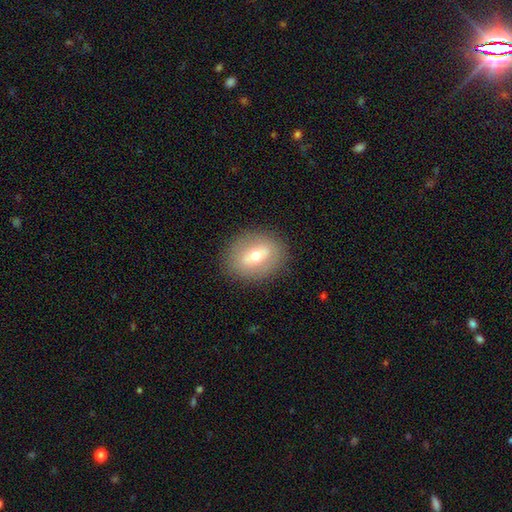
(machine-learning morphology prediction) A smooth galaxy with no disk features (48%). Merging: none (86%).